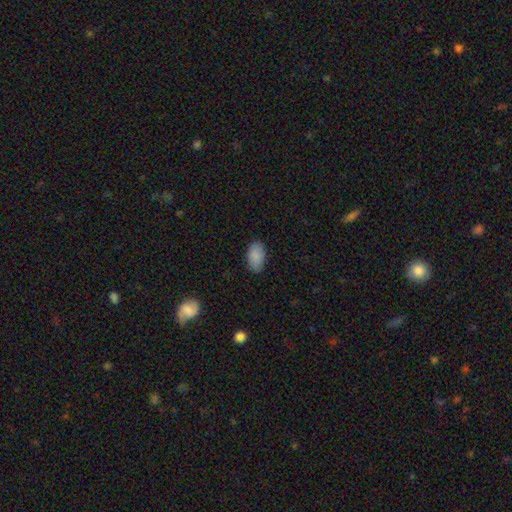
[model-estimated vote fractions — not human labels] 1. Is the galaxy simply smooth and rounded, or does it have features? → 88% smooth, 7% star or artifact, 5% featured or disk.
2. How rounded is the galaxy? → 94% in between, 4% round, 2% cigar-shaped.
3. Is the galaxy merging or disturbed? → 84% none, 13% minor disturbance, 3% major disturbance, 1% merger.